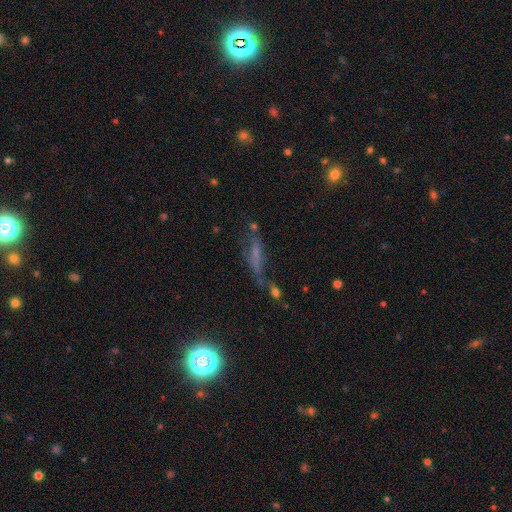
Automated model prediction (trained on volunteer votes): The model was most divided on "smooth or featured": smooth: 39%, featured or disk: 35%, star or artifact: 26%. Remaining: merging — none (42%).